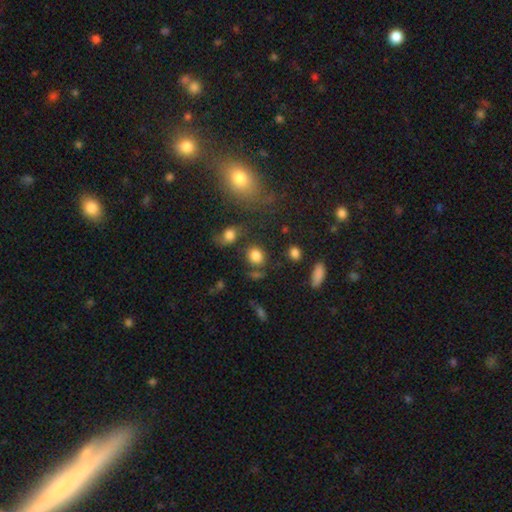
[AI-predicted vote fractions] Smooth or featured? smooth (83%)
How rounded? round (63%)
Merging? none (73%)